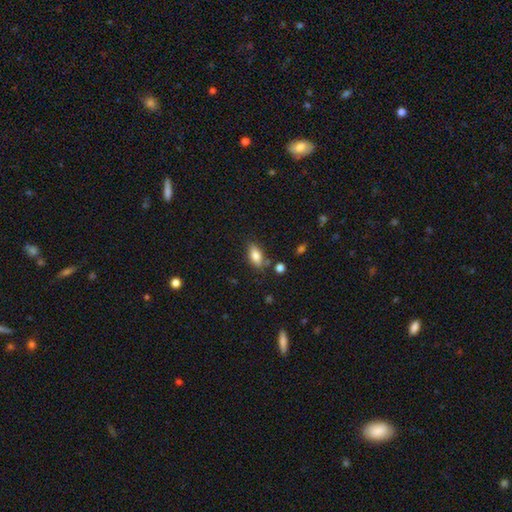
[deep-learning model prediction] Smooth or featured?
  - smooth: 79% *
  - featured or disk: 13%
  - star or artifact: 8%
How rounded?
  - in between: 85% *
  - cigar-shaped: 11%
  - round: 4%
Merging?
  - none: 77% *
  - minor disturbance: 15%
  - merger: 5%
  - major disturbance: 3%